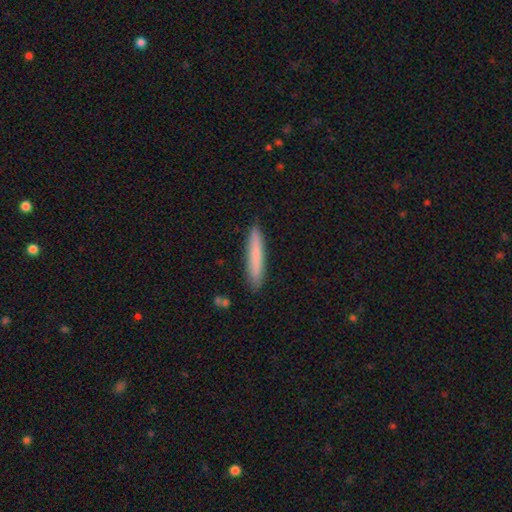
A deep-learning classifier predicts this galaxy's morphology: A smooth galaxy with no disk features (78%) that is cigar-shaped (94%). Merging: none (89%).